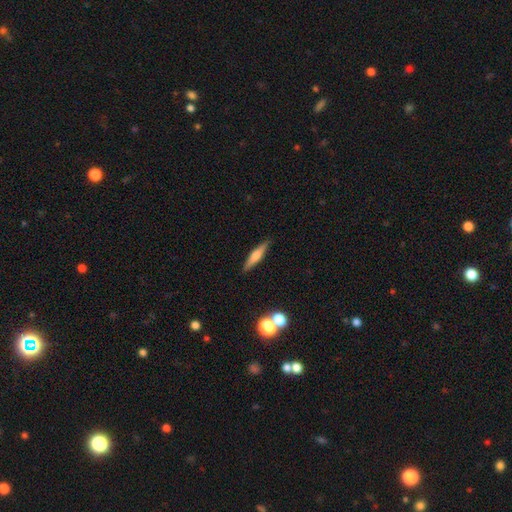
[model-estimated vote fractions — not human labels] A smooth galaxy with no disk features (50%). Merging: none (88%).